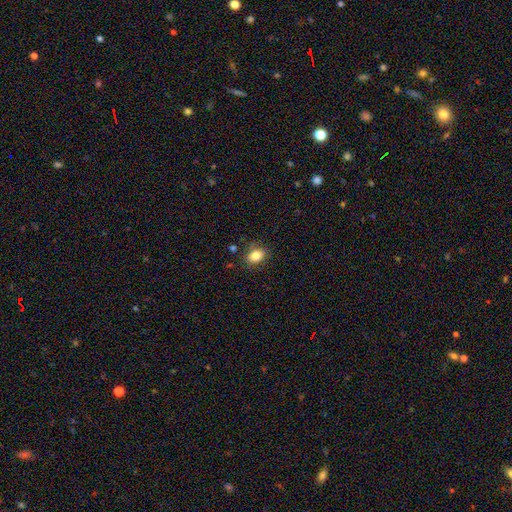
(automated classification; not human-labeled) This is clearly a smooth galaxy (83%). How rounded: likely in between (74%). Merging: clearly none (82%).